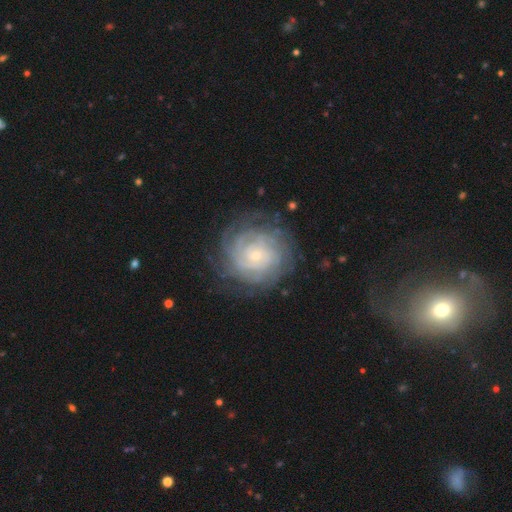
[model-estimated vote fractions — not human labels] Smooth or featured: featured or disk — 80% (smooth — 13%)
Edge-on disk: no — 97% (yes — 3%)
Bar: no — 78% (weak — 18%)
Spiral arms: yes — 94% (no — 6%)
Spiral winding: tight — 80% (medium — 15%)
Spiral arm count: can't tell — 40% (4 — 18%)
Bulge size: small — 82% (moderate — 14%)
Merging: none — 79% (minor disturbance — 13%)